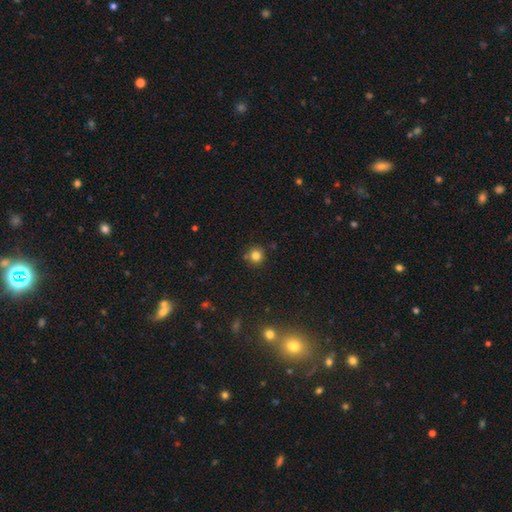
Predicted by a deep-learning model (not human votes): Morphology: type=smooth (80%); roundness=round (93%); merging=none (82%).